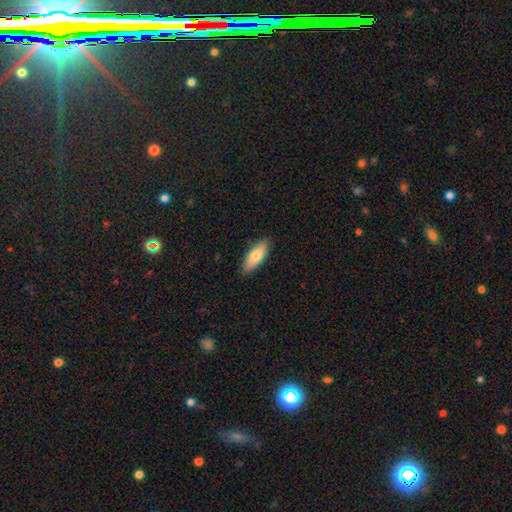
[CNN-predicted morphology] Smooth or featured?
  - smooth: 78% *
  - featured or disk: 16%
  - star or artifact: 6%
How rounded?
  - in between: 75% *
  - cigar-shaped: 23%
  - round: 2%
Merging?
  - none: 86% *
  - minor disturbance: 11%
  - major disturbance: 2%
  - merger: 1%